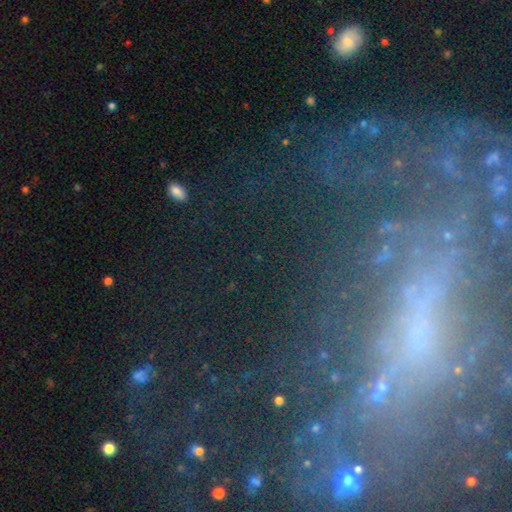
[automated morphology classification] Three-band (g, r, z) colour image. It shows a featured or disk galaxy (54%). Merging: none (64%).